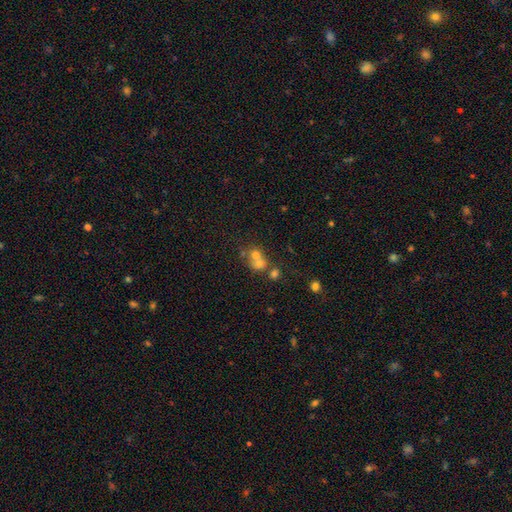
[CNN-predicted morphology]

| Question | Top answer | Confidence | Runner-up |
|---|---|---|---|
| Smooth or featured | smooth | 48% | star or artifact (30%) |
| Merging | merger | 51% | none (37%) |